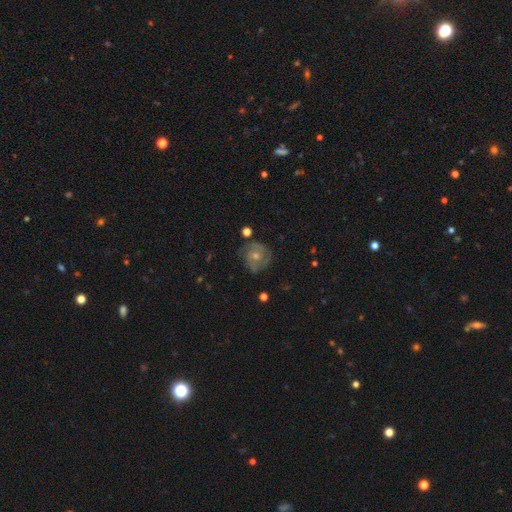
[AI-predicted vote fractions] Smooth or featured: featured or disk — 58% (smooth — 33%)
Edge-on disk: no — 97% (yes — 3%)
Bar: no — 81% (weak — 16%)
Spiral arms: yes — 77% (no — 23%)
Bulge size: moderate — 51% (small — 44%)
Merging: none — 68% (minor disturbance — 21%)